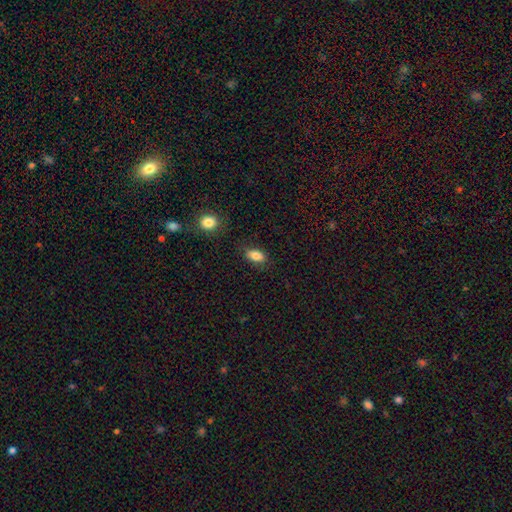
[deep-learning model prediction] Smooth or featured? Predicted: smooth (p=0.84). How rounded? Predicted: in between (p=0.88). Merging? Predicted: none (p=0.81).